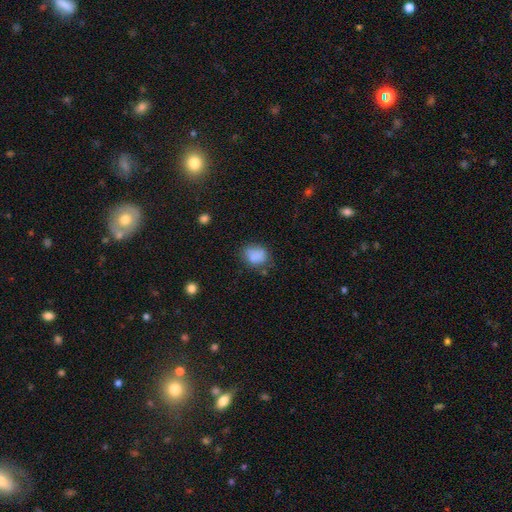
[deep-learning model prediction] smooth_or_featured: smooth (p=0.84) [alt: star or artifact p=0.10]
how_rounded: in between (p=0.54) [alt: round p=0.45]
merging: none (p=0.65) [alt: minor disturbance p=0.24]